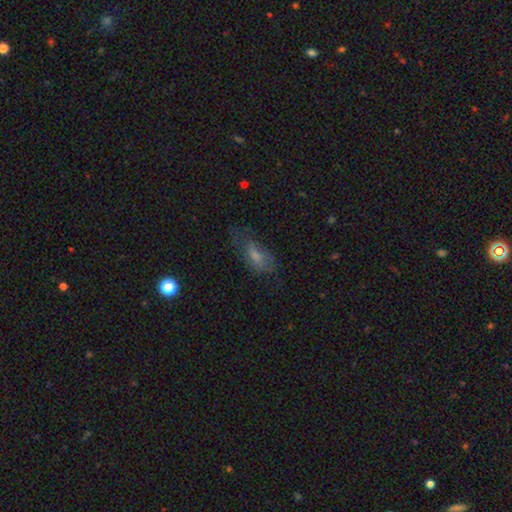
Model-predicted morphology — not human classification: A smooth galaxy with no disk features (49%).

Vote fractions:
- Smooth or featured? smooth: 49% / featured or disk: 34% / star or artifact: 16%
- Merging? none: 57% / minor disturbance: 25% / major disturbance: 16% / merger: 2%